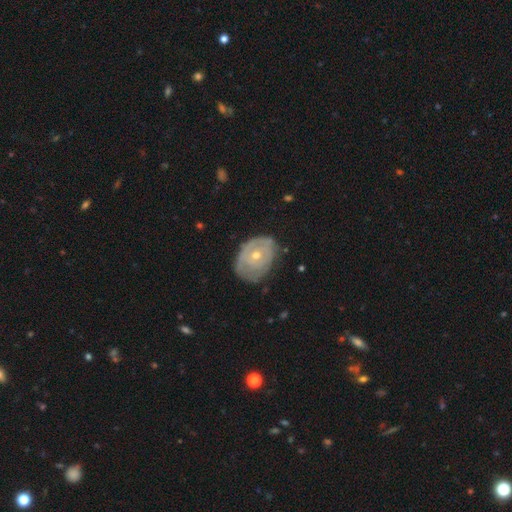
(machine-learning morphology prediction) This appears to be a featured or disk galaxy (62%) with no bar (87%), spiral arms (51%) and a small central bulge (50%). Merging: none (61%).